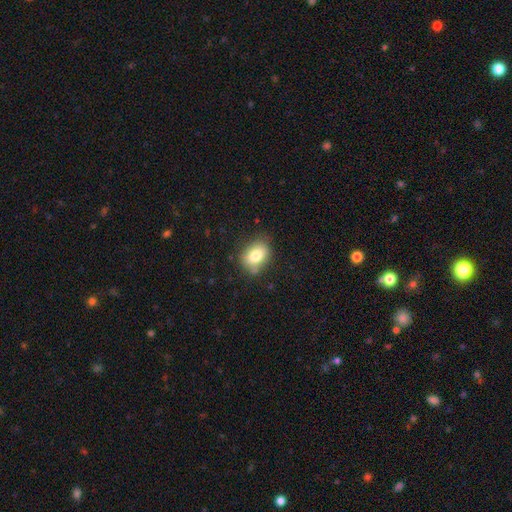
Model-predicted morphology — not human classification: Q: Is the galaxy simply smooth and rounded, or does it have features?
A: smooth — 79%.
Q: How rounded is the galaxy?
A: in between — 70%.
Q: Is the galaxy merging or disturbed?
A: none — 75%.